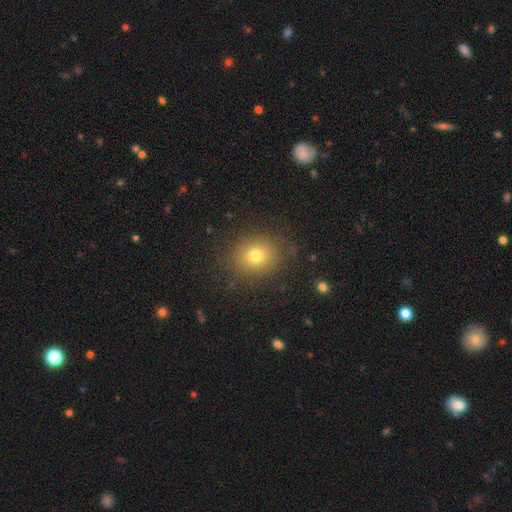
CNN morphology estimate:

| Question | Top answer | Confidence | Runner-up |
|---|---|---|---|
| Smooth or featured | smooth | 75% | star or artifact (14%) |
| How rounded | round | 73% | in between (26%) |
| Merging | none | 86% | minor disturbance (9%) |